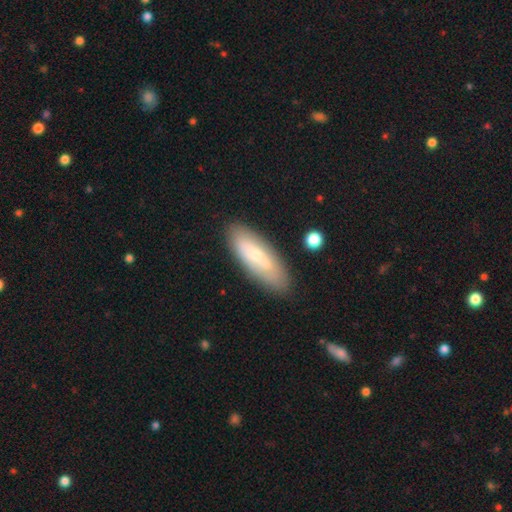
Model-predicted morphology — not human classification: smooth 54%, featured or disk 40%, star or artifact 7%. Down the decision tree: how rounded — in between (58%); merging — none (83%).